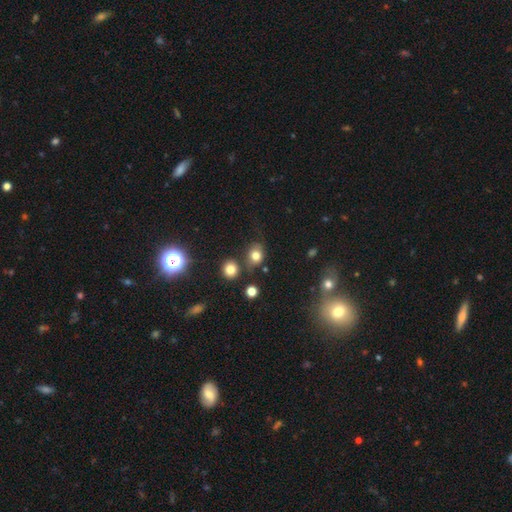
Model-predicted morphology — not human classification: Smooth or featured? smooth (76%)
How rounded? round (57%)
Merging? none (65%)